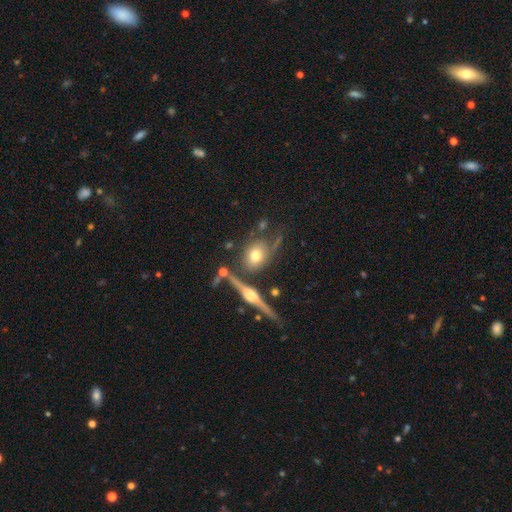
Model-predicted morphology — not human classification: smooth_or_featured: smooth (p=0.52) [alt: featured or disk p=0.37]
how_rounded: round (p=0.52) [alt: in between p=0.44]
merging: none (p=0.67) [alt: minor disturbance p=0.17]